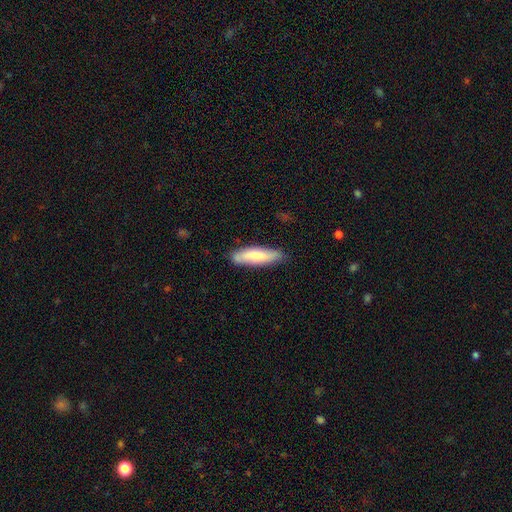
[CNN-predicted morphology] Overall: smooth (72%). How rounded: cigar-shaped (64%; in between 34%). Merging: none (80%).